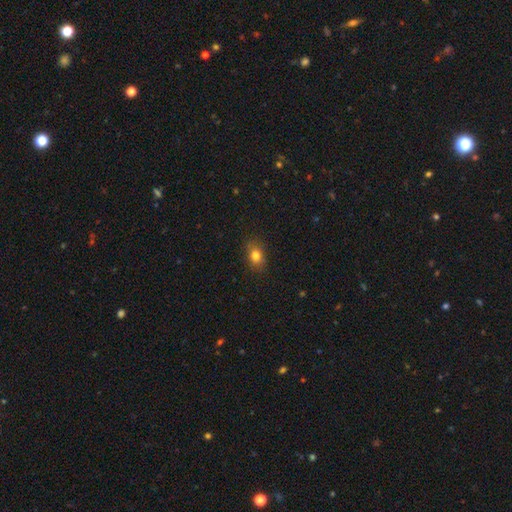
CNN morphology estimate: Q: Smooth or featured?
A: smooth (80%); runner-up: star or artifact (11%)
Q: How rounded?
A: in between (68%); runner-up: round (30%)
Q: Merging?
A: none (83%); runner-up: minor disturbance (13%)